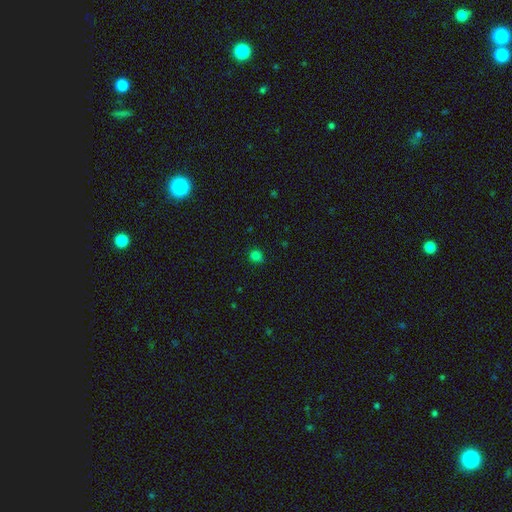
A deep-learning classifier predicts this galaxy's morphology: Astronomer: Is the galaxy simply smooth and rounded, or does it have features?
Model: smooth — 79%.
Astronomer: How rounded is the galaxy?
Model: round — 87%.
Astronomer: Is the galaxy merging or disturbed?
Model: none — 88%.